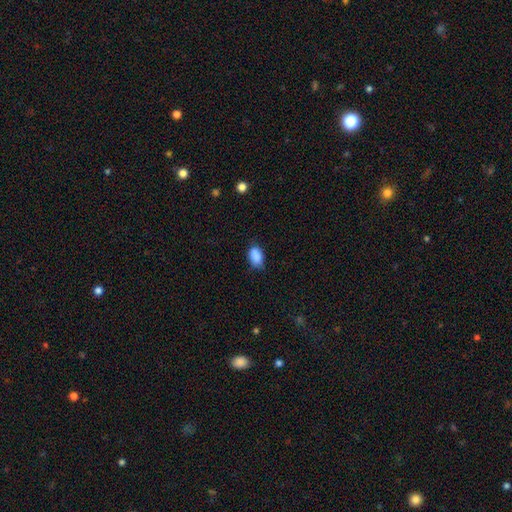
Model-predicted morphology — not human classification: smooth-or-featured: smooth: 88% | star or artifact: 8% | featured or disk: 4%
  how-rounded: in between: 88% | round: 10% | cigar-shaped: 2%
  merging: none: 65% | minor disturbance: 28% | major disturbance: 5% | merger: 2%